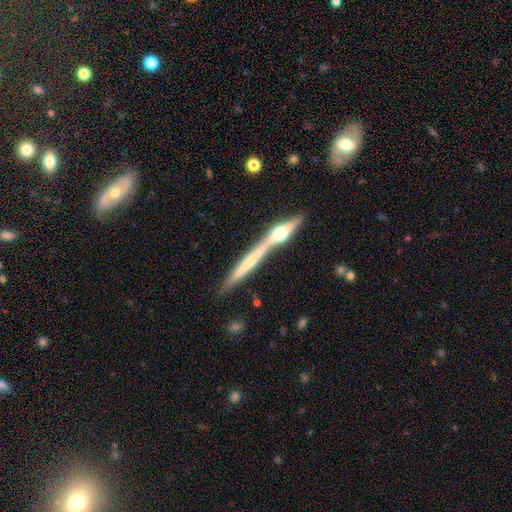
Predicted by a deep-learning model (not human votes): Smooth or featured? featured or disk (69%)
Edge-on disk? yes (95%)
Edge-on bulge? rounded (57%)
Merging? none (65%)